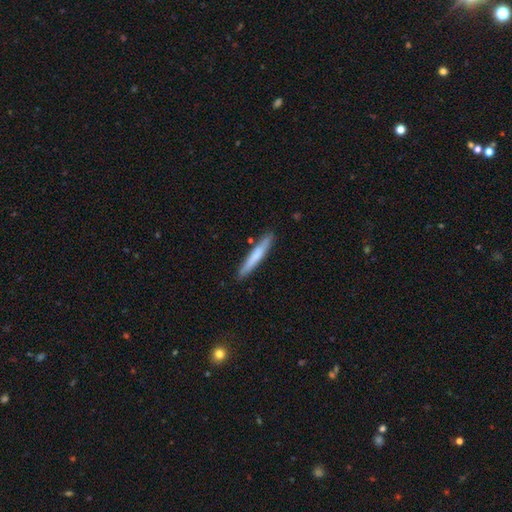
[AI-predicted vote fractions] Smooth or featured? Predicted: smooth (p=0.70). How rounded? Predicted: cigar-shaped (p=0.95). Merging? Predicted: none (p=0.88).